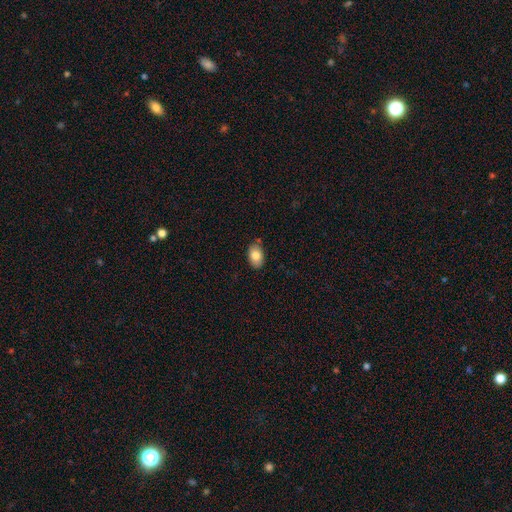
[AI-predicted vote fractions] A smooth galaxy with no disk features (82%) that is in between round and cigar-shaped (90%).

Vote fractions:
- Smooth or featured? smooth: 82% / featured or disk: 11% / star or artifact: 7%
- How rounded? in between: 90% / round: 8% / cigar-shaped: 1%
- Merging? none: 82% / minor disturbance: 13% / merger: 2% / major disturbance: 2%